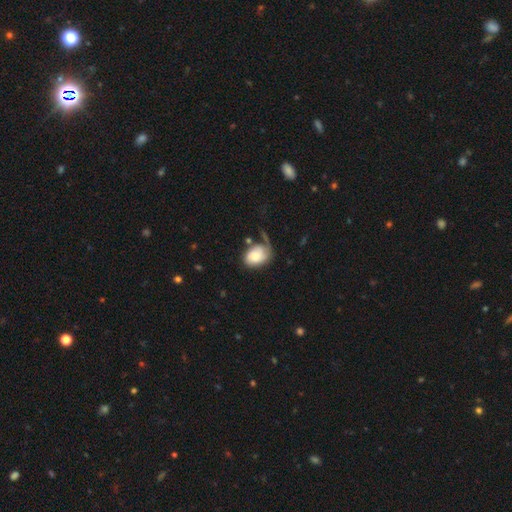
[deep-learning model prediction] smooth_or_featured: smooth (p=0.63) [alt: featured or disk p=0.30]
how_rounded: in between (p=0.74) [alt: round p=0.25]
merging: none (p=0.35) [alt: major disturbance p=0.31]